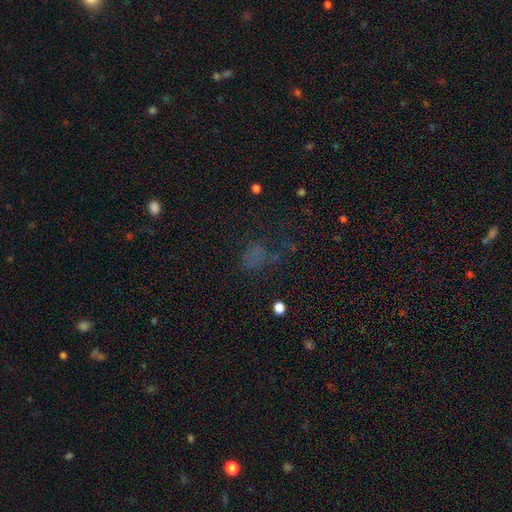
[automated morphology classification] Smooth or featured? smooth (50%)
How rounded? in between (62%)
Merging? none (50%)